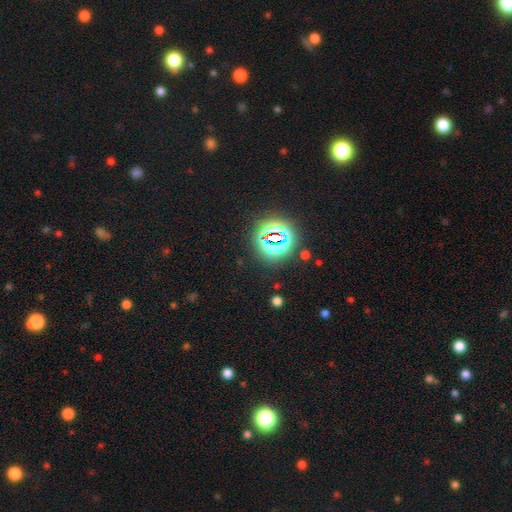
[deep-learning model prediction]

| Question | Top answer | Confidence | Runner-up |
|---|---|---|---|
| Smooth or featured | star or artifact | 80% | smooth (14%) |